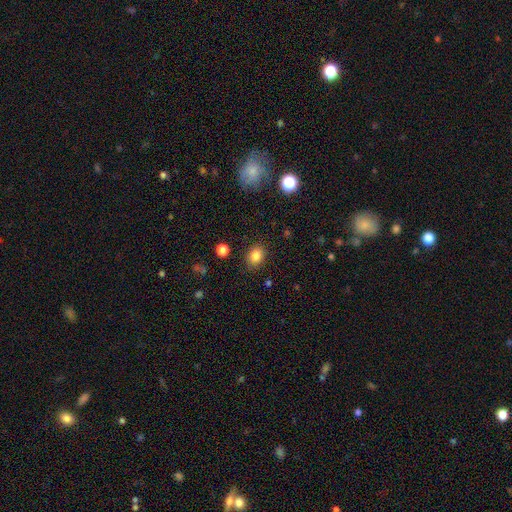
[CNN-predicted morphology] This is clearly a smooth galaxy (84%). How rounded: possibly in between (53%). Merging: clearly none (87%).